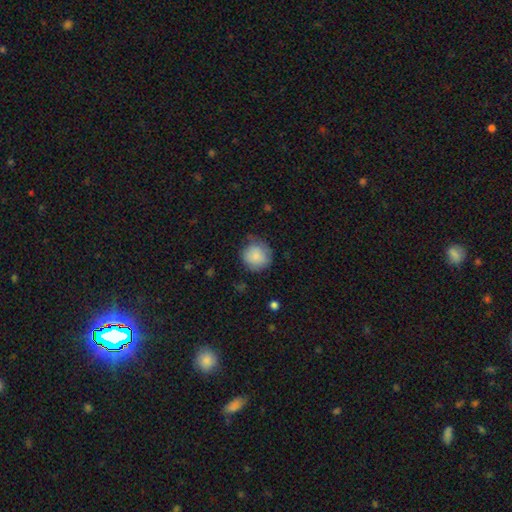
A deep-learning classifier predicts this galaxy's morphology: A smooth galaxy with no disk features (84%) that is round (91%).

Vote fractions:
- Smooth or featured? smooth: 84% / featured or disk: 9% / star or artifact: 7%
- How rounded? round: 91% / in between: 8% / cigar-shaped: 1%
- Merging? none: 66% / minor disturbance: 26% / major disturbance: 7% / merger: 2%